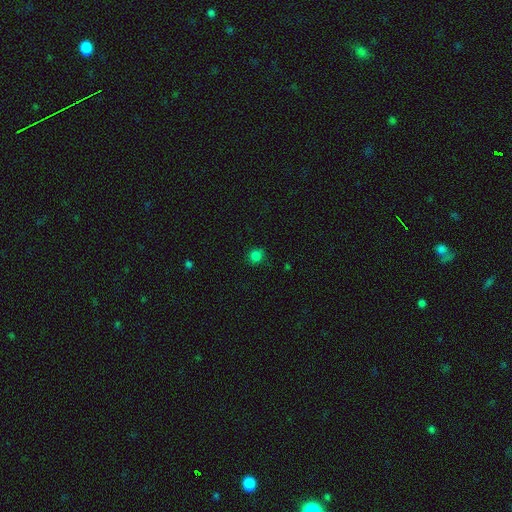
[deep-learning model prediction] Q: Smooth or featured?
A: smooth (80%); runner-up: star or artifact (16%)
Q: How rounded?
A: round (86%); runner-up: in between (13%)
Q: Merging?
A: none (86%); runner-up: minor disturbance (11%)